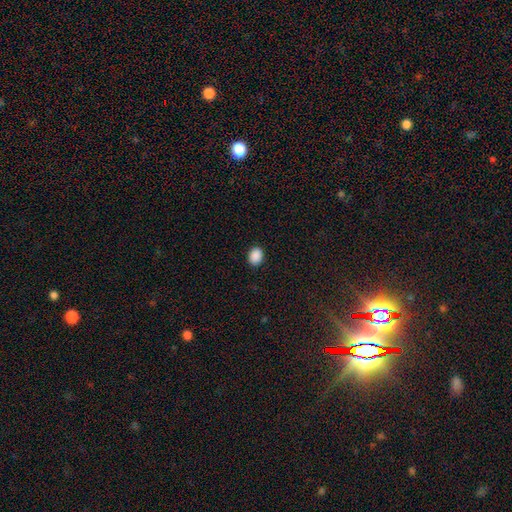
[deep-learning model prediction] Smooth or featured: smooth — 89% (star or artifact — 8%)
How rounded: in between — 59% (round — 40%)
Merging: none — 91% (minor disturbance — 7%)